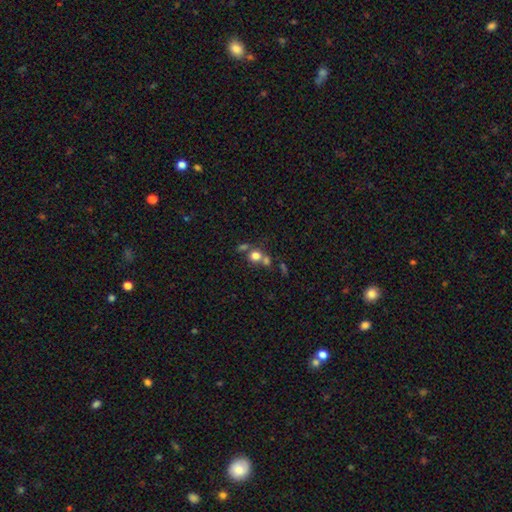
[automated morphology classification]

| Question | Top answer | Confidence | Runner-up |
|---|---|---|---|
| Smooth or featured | smooth | 74% | star or artifact (15%) |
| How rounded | round | 82% | in between (17%) |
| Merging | none | 45% | merger (41%) |